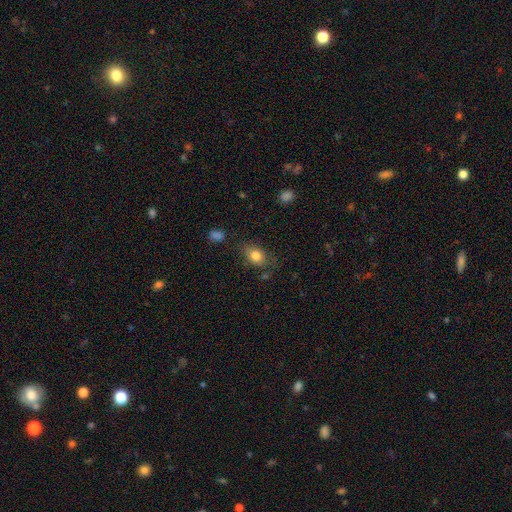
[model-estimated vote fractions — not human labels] The model was most divided on "how rounded": in between: 72%, round: 26%, cigar-shaped: 2%. More confident: smooth or featured — smooth (81%); merging — none (70%).